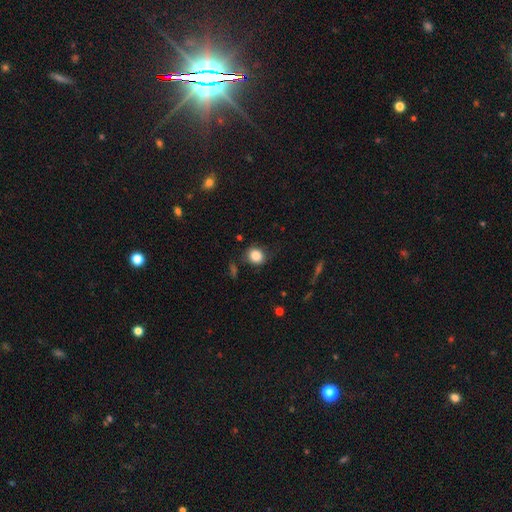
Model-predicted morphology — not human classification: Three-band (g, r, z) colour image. It shows a smooth galaxy with no disk features (85%) that is round (71%). Merging: none (75%).